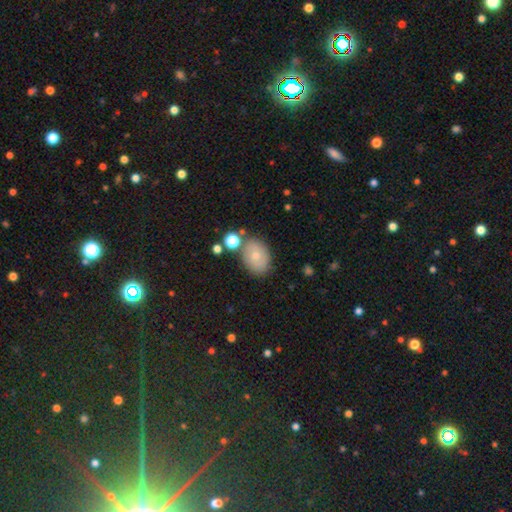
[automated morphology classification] smooth_or_featured: smooth (p=0.67) [alt: featured or disk p=0.23]
how_rounded: in between (p=0.71) [alt: round p=0.28]
merging: none (p=0.71) [alt: minor disturbance p=0.16]